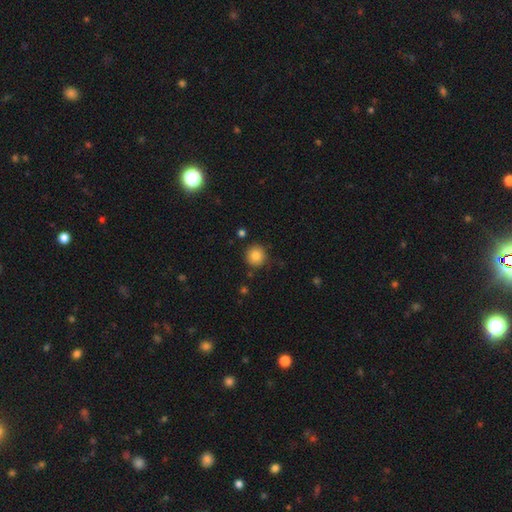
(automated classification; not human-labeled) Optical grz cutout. It shows a smooth galaxy with no disk features (83%) that is round (94%). Merging: none (87%).